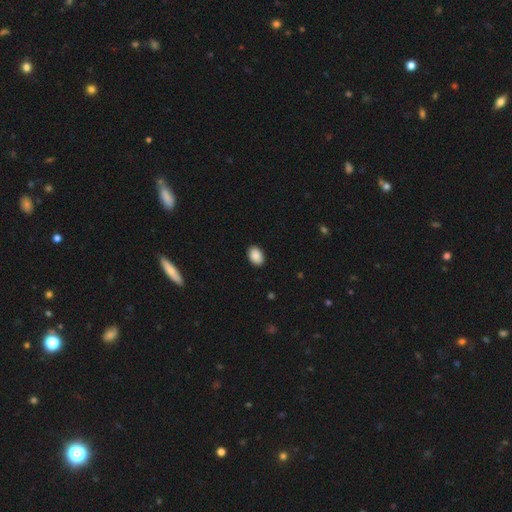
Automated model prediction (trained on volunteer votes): Smooth or featured? smooth (90%)
How rounded? in between (84%)
Merging? none (90%)